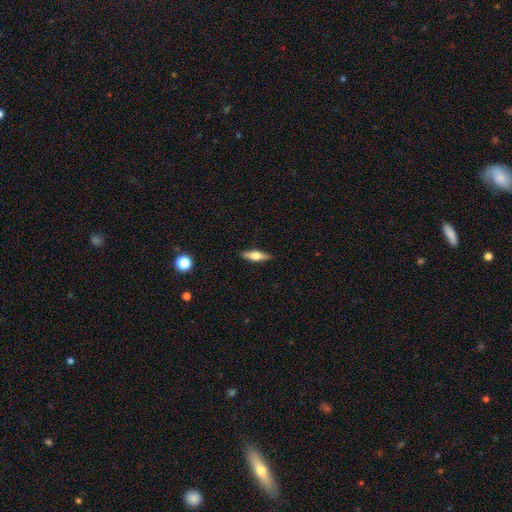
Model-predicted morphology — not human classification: Smooth or featured: smooth — 51% (featured or disk — 43%)
How rounded: cigar-shaped — 59% (in between — 38%)
Merging: none — 89% (minor disturbance — 8%)